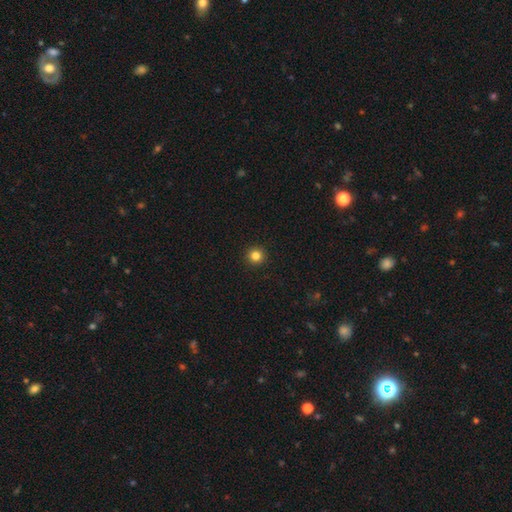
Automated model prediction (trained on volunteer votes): The model was most divided on "smooth or featured": smooth: 83%, star or artifact: 13%, featured or disk: 4%. More confident: how rounded — round (96%); merging — none (94%).